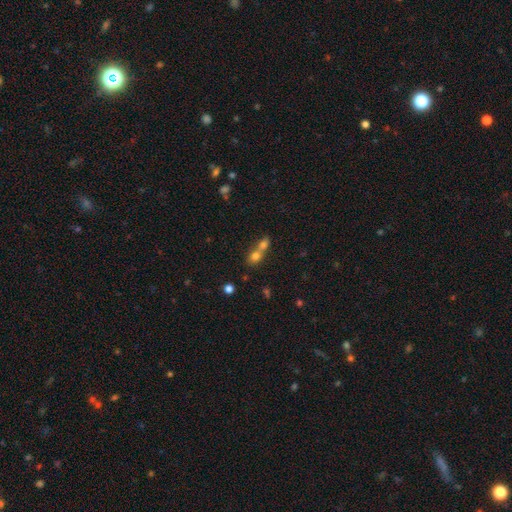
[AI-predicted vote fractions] smooth-or-featured: smooth: 73% | featured or disk: 14% | star or artifact: 13%
  how-rounded: round: 54% | in between: 42% | cigar-shaped: 4%
  merging: merger: 70% | none: 23% | minor disturbance: 5% | major disturbance: 3%